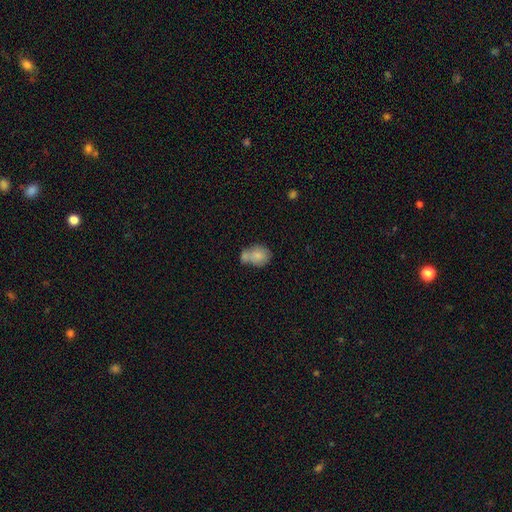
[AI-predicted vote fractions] Smooth or featured? smooth (79%)
How rounded? round (50%)
Merging? merger (49%)